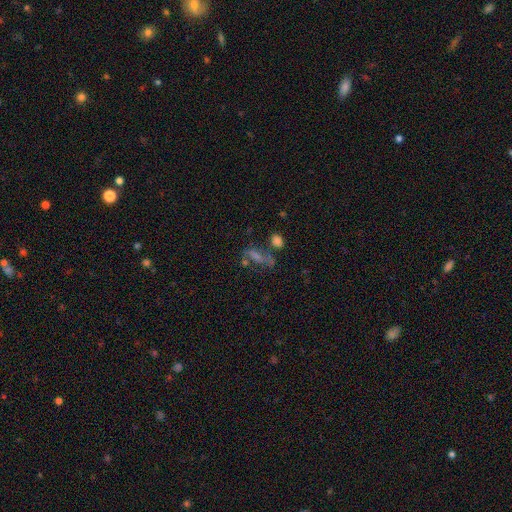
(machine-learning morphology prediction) Smooth or featured?
  - smooth: 38% *
  - featured or disk: 35%
  - star or artifact: 28%
Merging?
  - none: 43% *
  - merger: 23%
  - major disturbance: 17%
  - minor disturbance: 17%